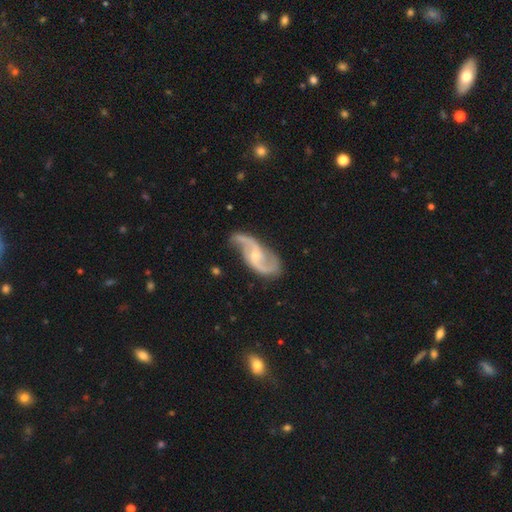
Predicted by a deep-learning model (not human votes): This appears to be a featured or disk galaxy (91%) with no bar (47%), 2 (92%) loose (55%) spiral arms (97%) and a small central bulge (60%). Merging: none (71%).